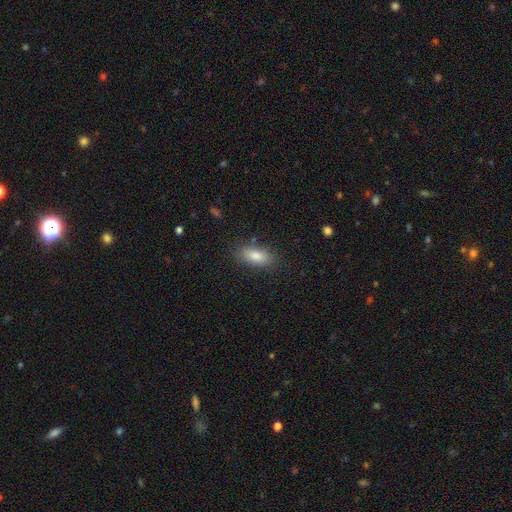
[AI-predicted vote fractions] This appears to be a smooth galaxy with no disk features (82%) that is in between round and cigar-shaped (81%). Merging: none (86%).